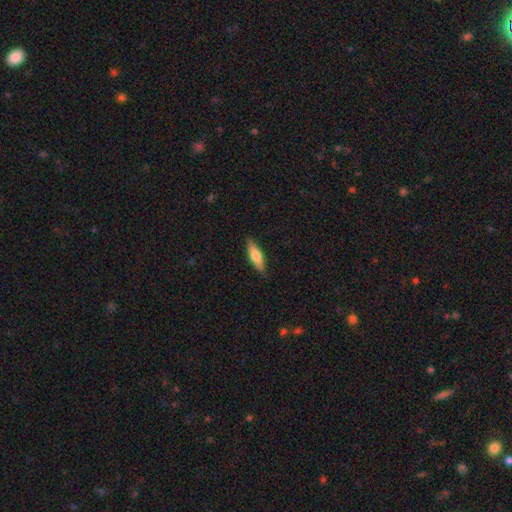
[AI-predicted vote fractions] Overall: smooth (66%; featured or disk 28%). How rounded: cigar-shaped (52%; in between 46%). Merging: none (86%).